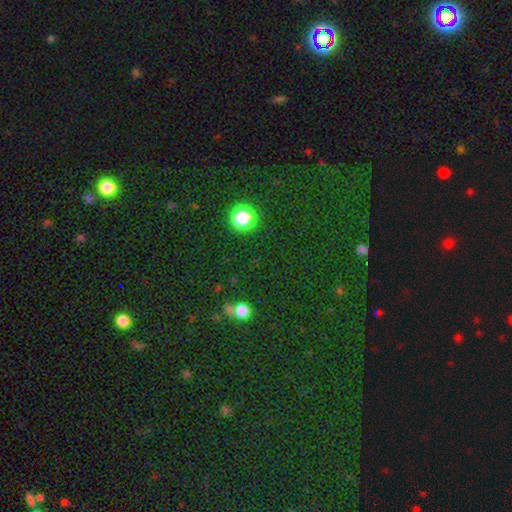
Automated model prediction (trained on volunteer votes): The model was most divided on "smooth or featured": star or artifact: 61%, smooth: 32%, featured or disk: 8%.